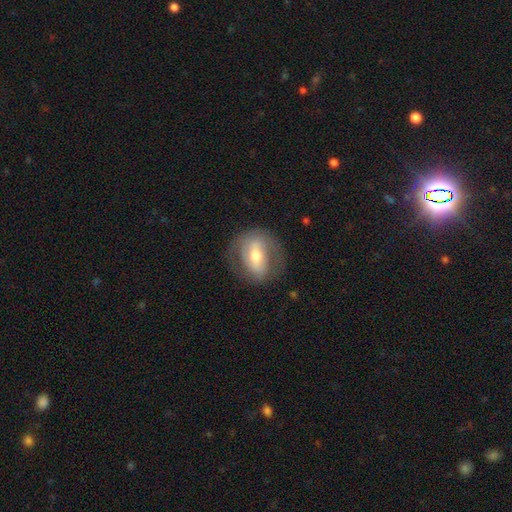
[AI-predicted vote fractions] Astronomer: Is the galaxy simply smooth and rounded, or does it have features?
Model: featured or disk — 58% (runner-up: smooth, 36%).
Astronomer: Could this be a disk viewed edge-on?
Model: no — 90%.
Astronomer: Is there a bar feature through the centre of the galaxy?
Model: strong — 48% (runner-up: weak, 31%).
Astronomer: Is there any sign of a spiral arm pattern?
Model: no — 53% (runner-up: yes, 47%).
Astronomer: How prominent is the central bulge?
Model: moderate — 63%.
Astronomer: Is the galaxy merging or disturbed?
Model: none — 73%.